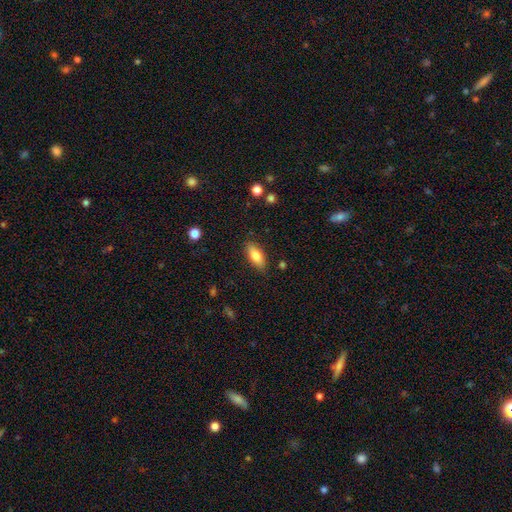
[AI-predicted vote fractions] Morphology: type=smooth (81%); roundness=in between (82%); merging=none (85%).